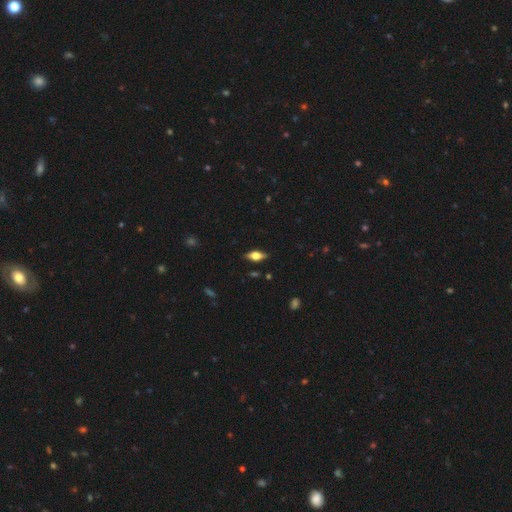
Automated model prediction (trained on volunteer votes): Smooth or featured? Predicted: featured or disk (p=0.48). Merging? Predicted: none (p=0.86).